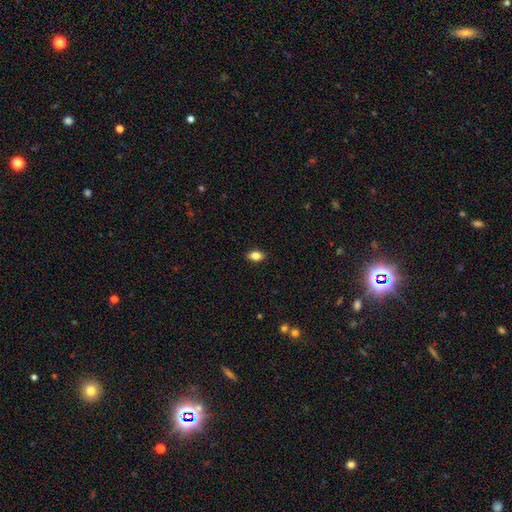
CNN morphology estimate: smooth_or_featured: smooth (p=0.83) [alt: star or artifact p=0.09]
how_rounded: in between (p=0.86) [alt: round p=0.11]
merging: none (p=0.89) [alt: minor disturbance p=0.08]